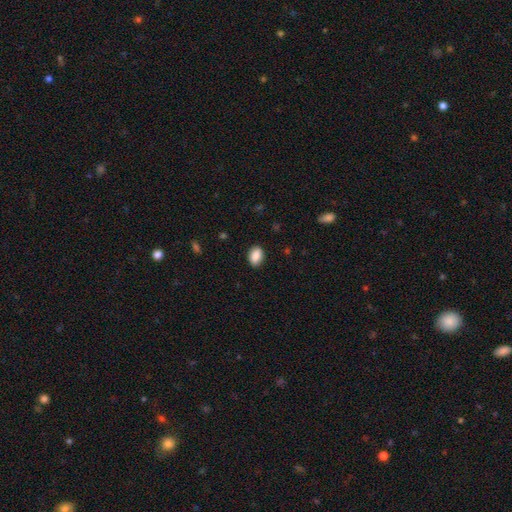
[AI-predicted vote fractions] Smooth or featured? Predicted: smooth (p=0.88). How rounded? Predicted: in between (p=0.83). Merging? Predicted: none (p=0.88).